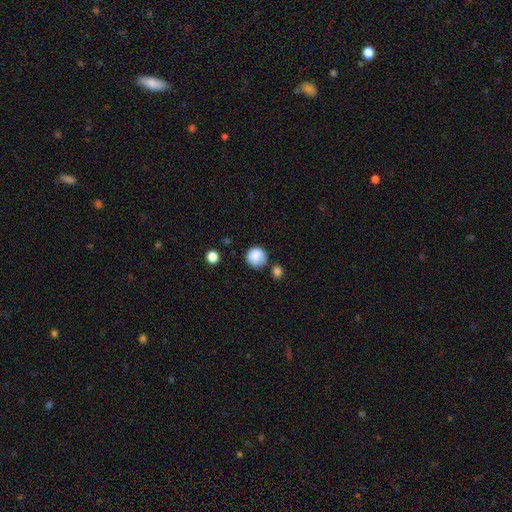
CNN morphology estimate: Smooth or featured? smooth (86%)
How rounded? round (92%)
Merging? none (72%)